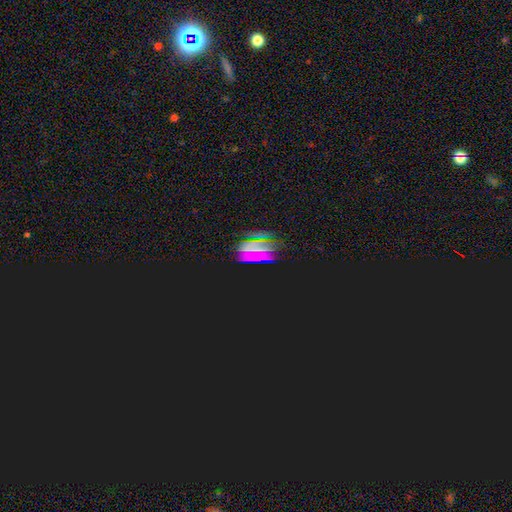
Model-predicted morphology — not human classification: The model was most divided on "smooth or featured": star or artifact: 62%, smooth: 22%, featured or disk: 16%.